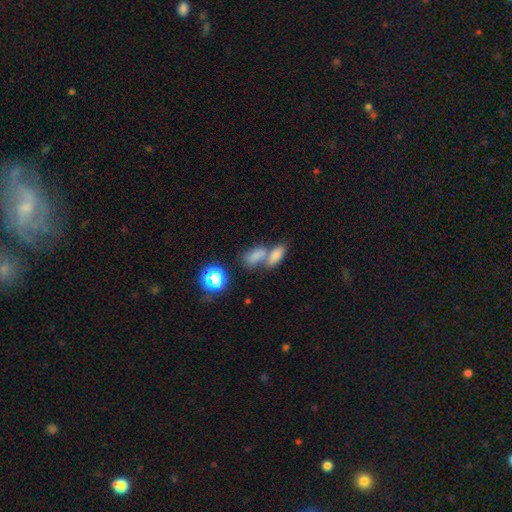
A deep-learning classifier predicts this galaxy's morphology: A smooth galaxy with no disk features (74%) that is in between round and cigar-shaped (83%).

Vote fractions:
- Smooth or featured? smooth: 74% / star or artifact: 14% / featured or disk: 12%
- How rounded? in between: 83% / cigar-shaped: 9% / round: 8%
- Merging? merger: 62% / none: 25% / minor disturbance: 8% / major disturbance: 5%